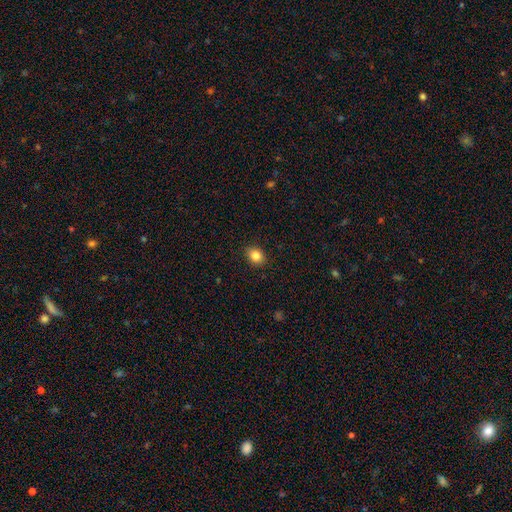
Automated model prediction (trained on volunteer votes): Smooth or featured? Predicted: smooth (p=0.85). How rounded? Predicted: in between (p=0.52). Merging? Predicted: none (p=0.90).